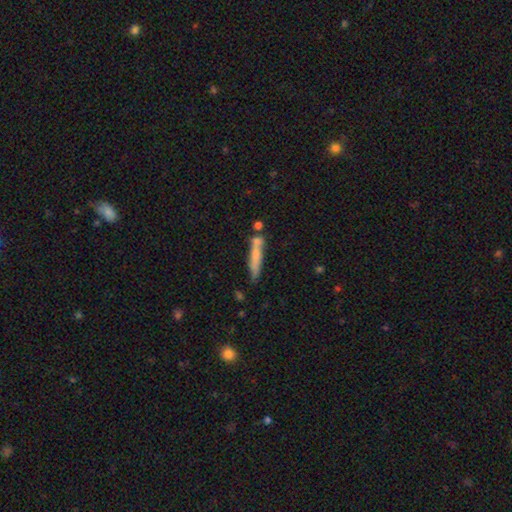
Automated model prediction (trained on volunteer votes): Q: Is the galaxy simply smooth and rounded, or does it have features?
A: smooth — 65%.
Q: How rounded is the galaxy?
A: cigar-shaped — 89%.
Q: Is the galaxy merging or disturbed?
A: none — 54%.